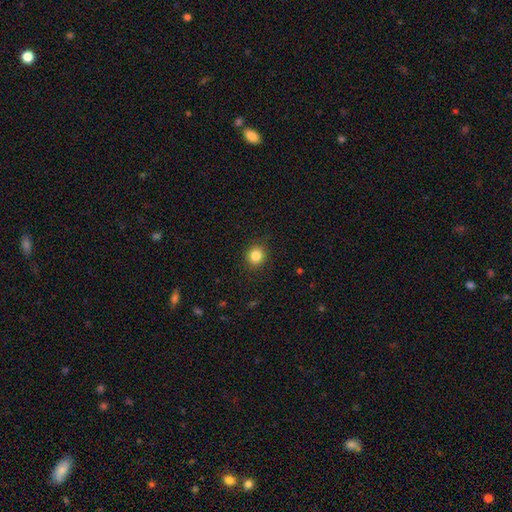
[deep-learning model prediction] The model was most divided on "smooth or featured": smooth: 84%, star or artifact: 11%, featured or disk: 5%. More confident: merging — none (89%); how rounded — round (87%).